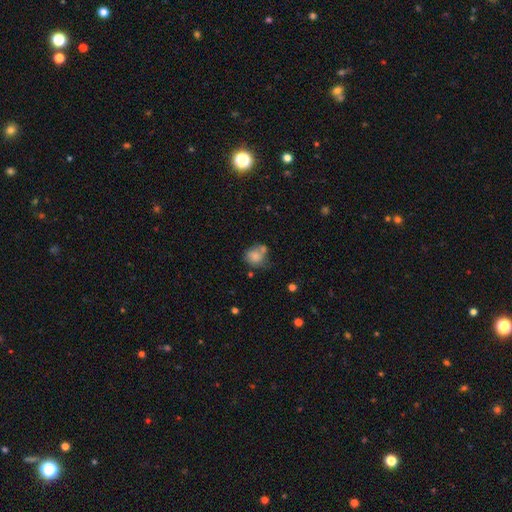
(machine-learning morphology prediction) Smooth or featured: smooth — 76% (featured or disk — 14%)
How rounded: round — 64% (in between — 35%)
Merging: none — 37% (merger — 32%)